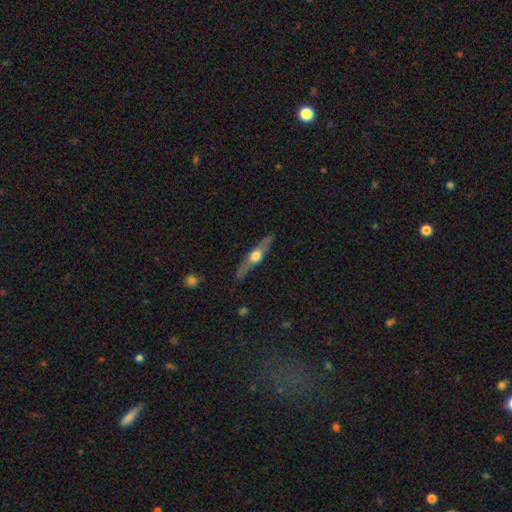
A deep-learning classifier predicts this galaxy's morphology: Smooth or featured? Predicted: featured or disk (p=0.66). Edge-on disk? Predicted: yes (p=0.94). Edge-on bulge? Predicted: rounded (p=0.94). Merging? Predicted: none (p=0.84).